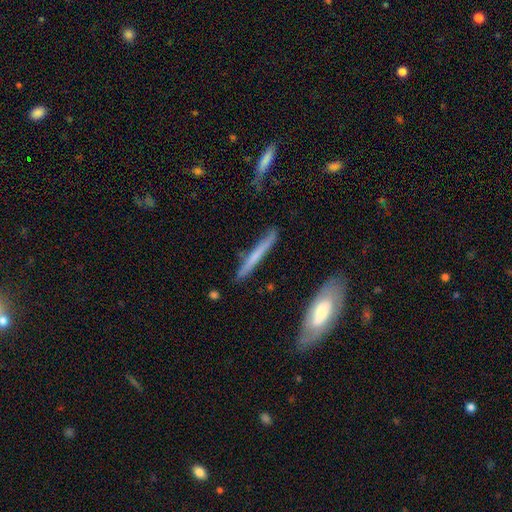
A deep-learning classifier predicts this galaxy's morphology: Smooth or featured: smooth — 54% (featured or disk — 41%)
How rounded: cigar-shaped — 95% (in between — 3%)
Merging: none — 84% (minor disturbance — 11%)